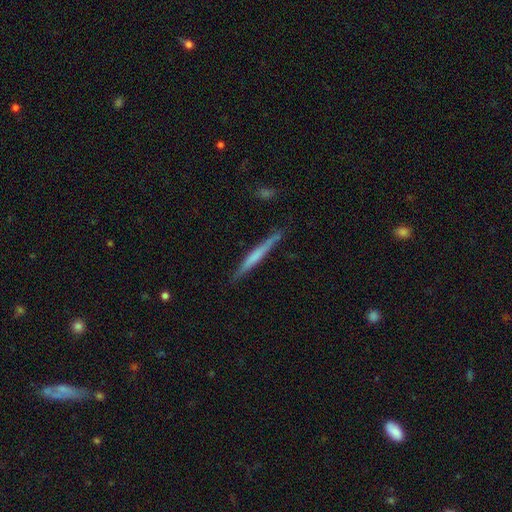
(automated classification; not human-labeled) Smooth or featured?
  - smooth: 49% *
  - featured or disk: 45%
  - star or artifact: 6%
Merging?
  - none: 85% *
  - minor disturbance: 11%
  - major disturbance: 2%
  - merger: 2%